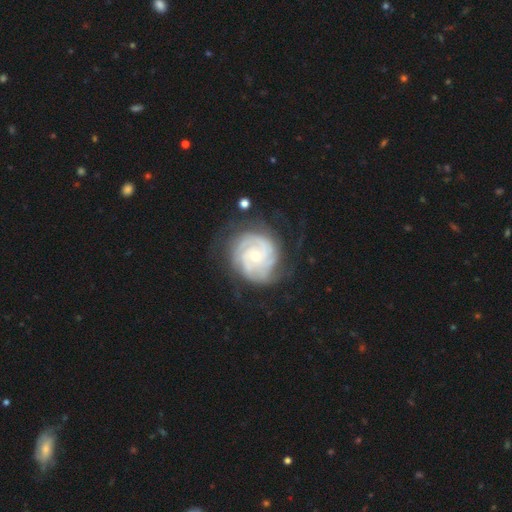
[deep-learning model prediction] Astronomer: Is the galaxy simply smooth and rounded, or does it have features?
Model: featured or disk — 88%.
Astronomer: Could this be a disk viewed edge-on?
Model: no — 98%.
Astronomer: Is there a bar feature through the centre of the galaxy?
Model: no — 73%.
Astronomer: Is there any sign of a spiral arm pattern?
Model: yes — 98%.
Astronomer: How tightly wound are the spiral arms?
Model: tight — 75%.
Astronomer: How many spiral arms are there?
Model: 3 — 29% (runner-up: can't tell, 22%).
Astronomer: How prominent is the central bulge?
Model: small — 60% (runner-up: moderate, 36%).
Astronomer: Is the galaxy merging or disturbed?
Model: none — 73%.